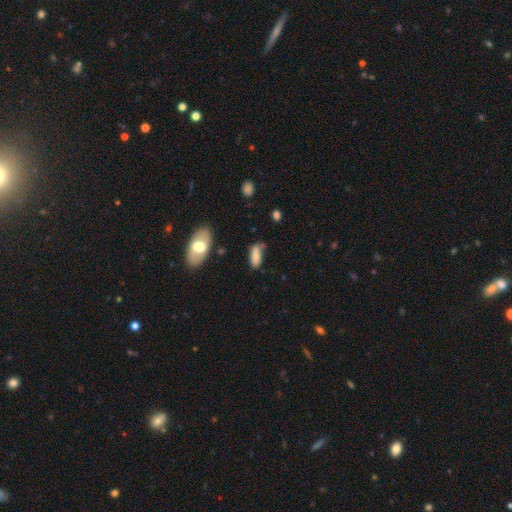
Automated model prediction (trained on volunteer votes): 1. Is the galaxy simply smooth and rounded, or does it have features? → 78% smooth, 14% featured or disk, 9% star or artifact.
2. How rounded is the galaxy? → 76% in between, 21% cigar-shaped, 3% round.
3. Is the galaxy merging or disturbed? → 49% none, 32% minor disturbance, 12% major disturbance, 7% merger.